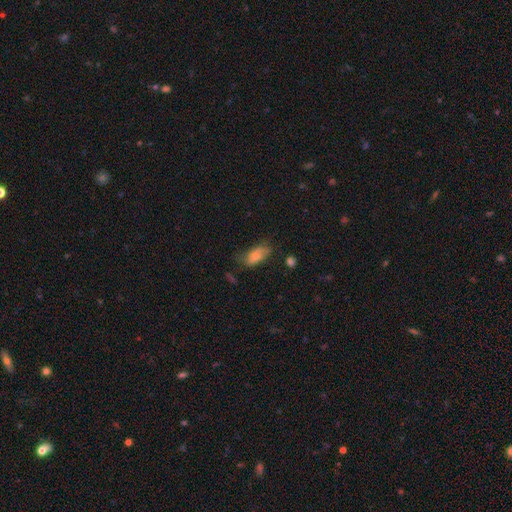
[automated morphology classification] Q: Smooth or featured?
A: smooth (74%); runner-up: featured or disk (17%)
Q: How rounded?
A: in between (89%); runner-up: cigar-shaped (8%)
Q: Merging?
A: none (48%); runner-up: minor disturbance (32%)